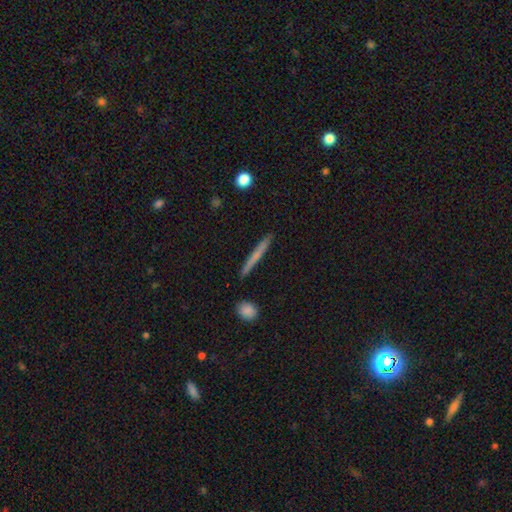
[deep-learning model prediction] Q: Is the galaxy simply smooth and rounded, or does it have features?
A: smooth — 59%.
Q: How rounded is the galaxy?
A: cigar-shaped — 95%.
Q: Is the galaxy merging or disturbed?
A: none — 90%.